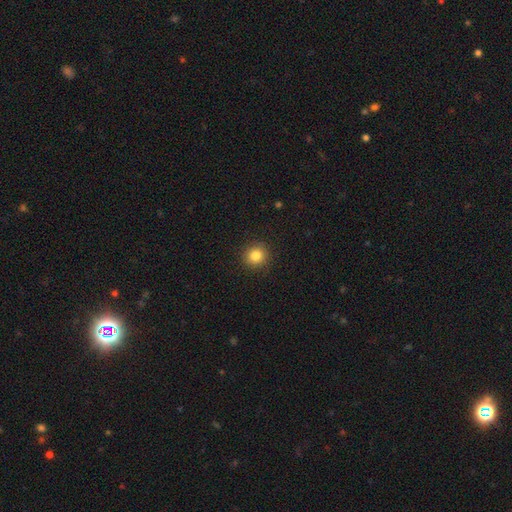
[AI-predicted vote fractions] This is clearly a smooth galaxy (84%). How rounded: clearly round (91%). Merging: clearly none (92%).